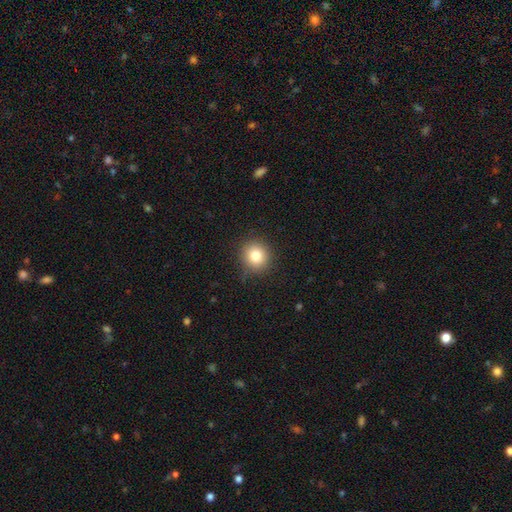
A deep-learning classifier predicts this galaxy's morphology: smooth_or_featured: smooth (p=0.81) [alt: star or artifact p=0.11]
how_rounded: round (p=0.90) [alt: in between p=0.09]
merging: none (p=0.86) [alt: minor disturbance p=0.10]